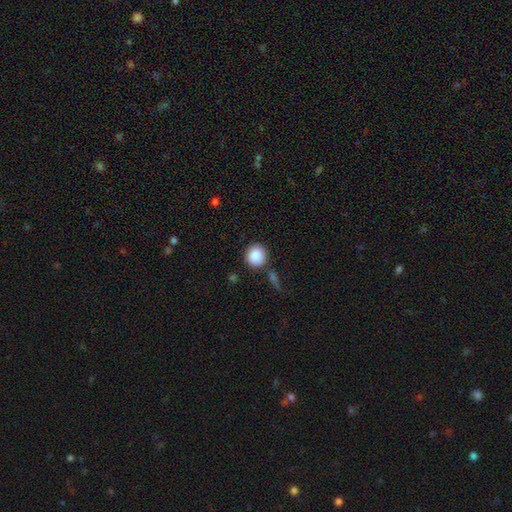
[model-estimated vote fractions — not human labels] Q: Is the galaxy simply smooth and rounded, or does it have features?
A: smooth — 89%.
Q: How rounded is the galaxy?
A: round — 89%.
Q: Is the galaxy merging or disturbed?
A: none — 79%.